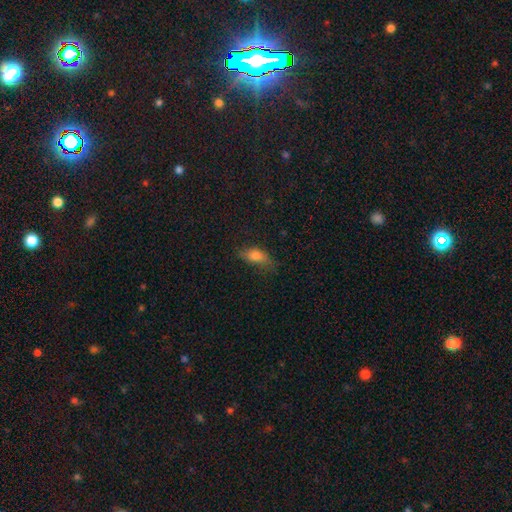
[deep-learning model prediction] A smooth galaxy with no disk features (76%) that is in between round and cigar-shaped (81%). Merging: none (58%).